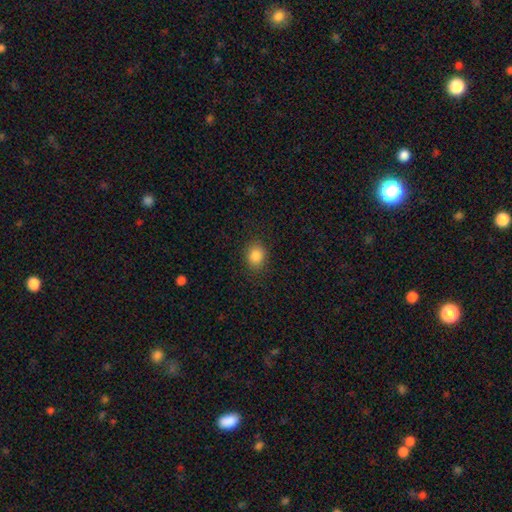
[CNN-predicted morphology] smooth_or_featured: smooth (p=0.86) [alt: star or artifact p=0.10]
how_rounded: round (p=0.56) [alt: in between p=0.43]
merging: none (p=0.86) [alt: minor disturbance p=0.10]